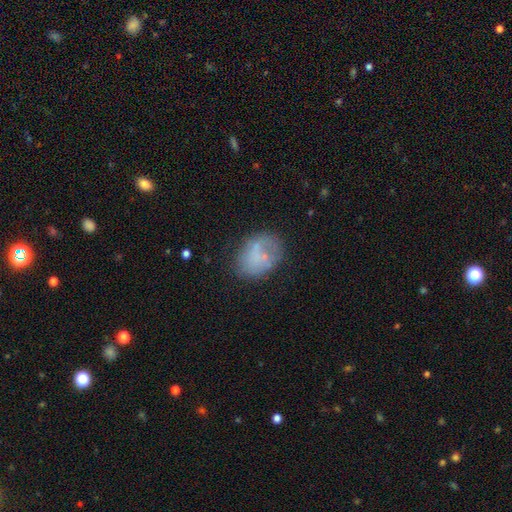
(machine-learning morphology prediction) Smooth or featured? Predicted: smooth (p=0.60). How rounded? Predicted: in between (p=0.67). Merging? Predicted: none (p=0.58).